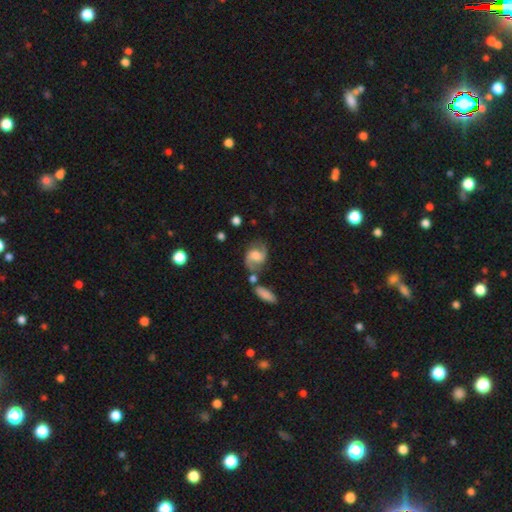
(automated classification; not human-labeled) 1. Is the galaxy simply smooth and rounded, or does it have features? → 73% featured or disk, 20% smooth, 7% star or artifact.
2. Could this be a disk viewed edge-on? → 97% no, 3% yes.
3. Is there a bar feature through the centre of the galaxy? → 45% weak, 44% no, 11% strong.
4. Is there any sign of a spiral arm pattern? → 93% yes, 7% no.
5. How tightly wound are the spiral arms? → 48% medium, 39% loose, 14% tight.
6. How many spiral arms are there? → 91% 2, 4% can't tell, 2% 1, 1% 3, 1% 4, 1% more than 4.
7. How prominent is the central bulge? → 48% moderate, 24% large, 16% small, 9% none, 2% dominant.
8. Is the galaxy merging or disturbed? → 65% none, 18% minor disturbance, 11% merger, 7% major disturbance.